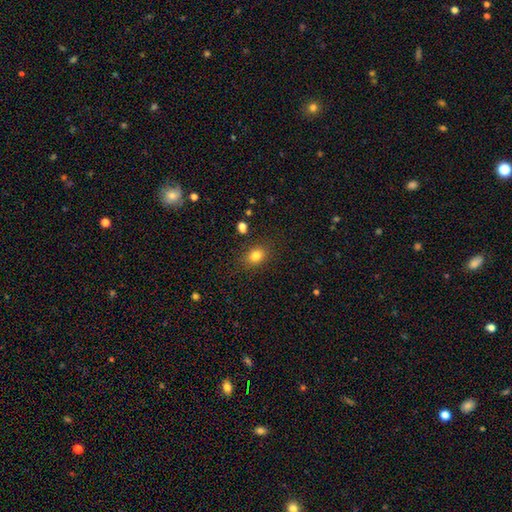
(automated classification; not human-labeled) Q: Smooth or featured?
A: smooth (82%); runner-up: star or artifact (12%)
Q: How rounded?
A: in between (54%); runner-up: round (45%)
Q: Merging?
A: none (84%); runner-up: minor disturbance (10%)